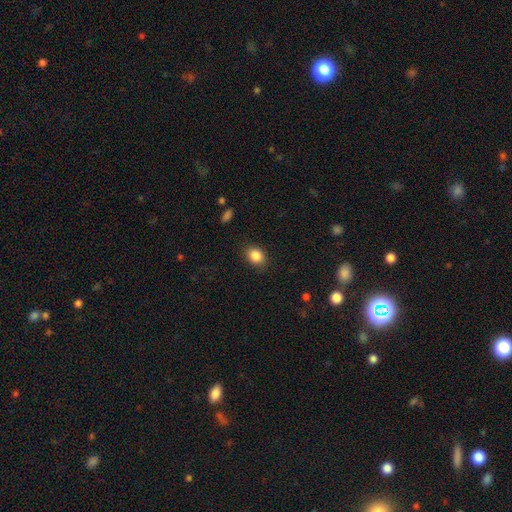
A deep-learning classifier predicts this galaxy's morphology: A smooth galaxy with no disk features (86%) that is in between round and cigar-shaped (52%).

Vote fractions:
- Smooth or featured? smooth: 86% / star or artifact: 9% / featured or disk: 4%
- How rounded? in between: 52% / round: 47% / cigar-shaped: 1%
- Merging? none: 85% / minor disturbance: 11% / major disturbance: 3% / merger: 1%